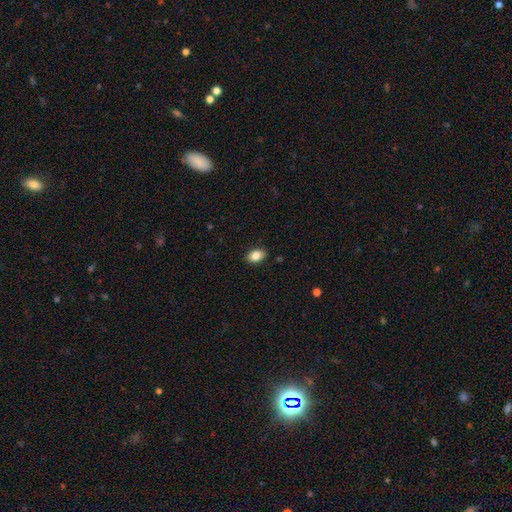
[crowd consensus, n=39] smooth_or_featured: smooth (p=0.87) [alt: featured or disk p=0.08]
how_rounded: in between (p=0.82) [alt: round p=0.18]
merging: none (p=0.95) [alt: minor disturbance p=0.03]